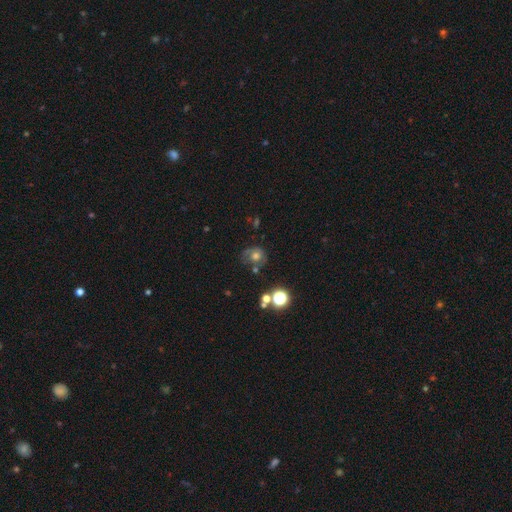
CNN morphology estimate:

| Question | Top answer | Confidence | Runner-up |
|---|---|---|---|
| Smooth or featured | smooth | 52% | featured or disk (31%) |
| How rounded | round | 73% | in between (26%) |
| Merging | none | 49% | minor disturbance (26%) |